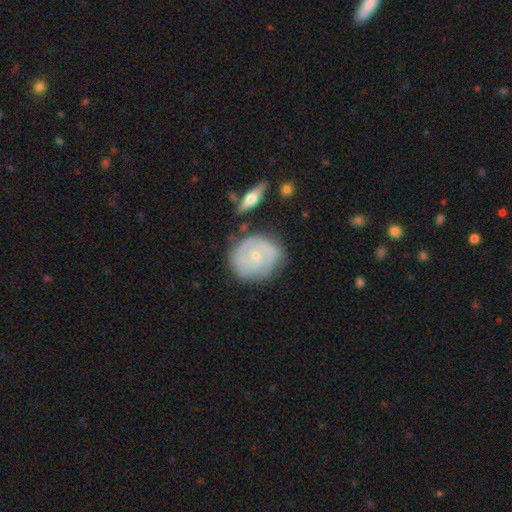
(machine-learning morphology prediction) The model was most divided on "spiral arm count": 2: 46%, can't tell: 27%, 3: 16%, 1: 5%, 4: 4%, more than 4: 3%. More confident: edge-on disk — no (97%); spiral arms — yes (90%); smooth or featured — featured or disk (74%); merging — none (72%); bulge size — small (69%); bar — no (63%); spiral winding — tight (63%).